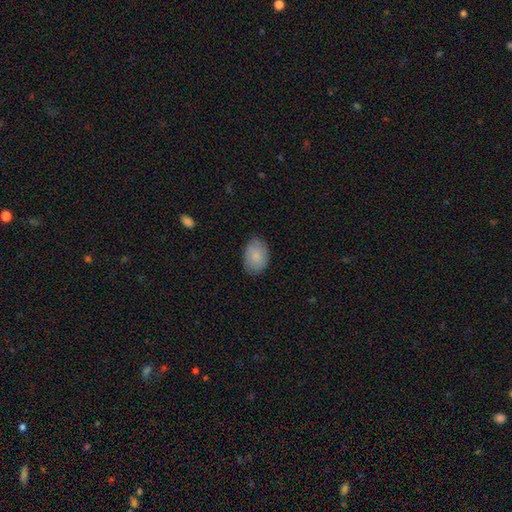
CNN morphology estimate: This is clearly a smooth galaxy (84%). How rounded: clearly in between (82%). Merging: clearly none (85%).